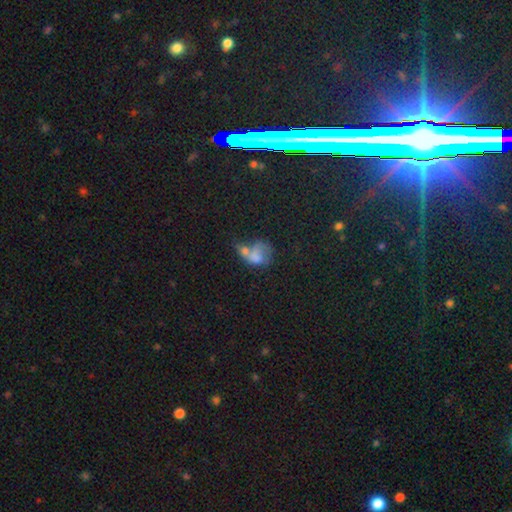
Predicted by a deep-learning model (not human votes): Smooth or featured?
  - smooth: 58% *
  - featured or disk: 27%
  - star or artifact: 15%
How rounded?
  - in between: 58% *
  - round: 40%
  - cigar-shaped: 2%
Merging?
  - merger: 52% *
  - major disturbance: 20%
  - none: 16%
  - minor disturbance: 11%